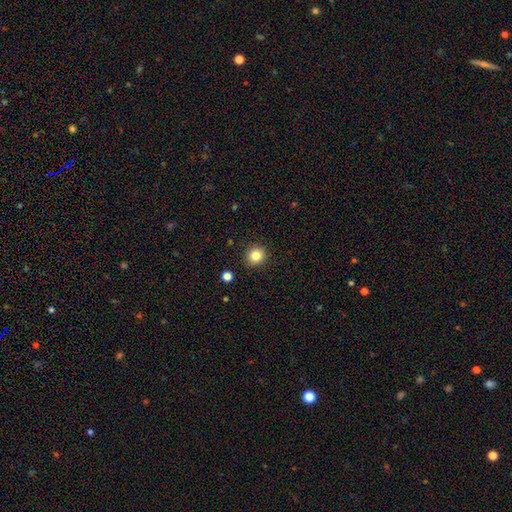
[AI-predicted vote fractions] smooth-or-featured: smooth: 83% | star or artifact: 11% | featured or disk: 6%
  how-rounded: round: 87% | in between: 12% | cigar-shaped: 1%
  merging: none: 90% | minor disturbance: 7% | major disturbance: 2% | merger: 1%